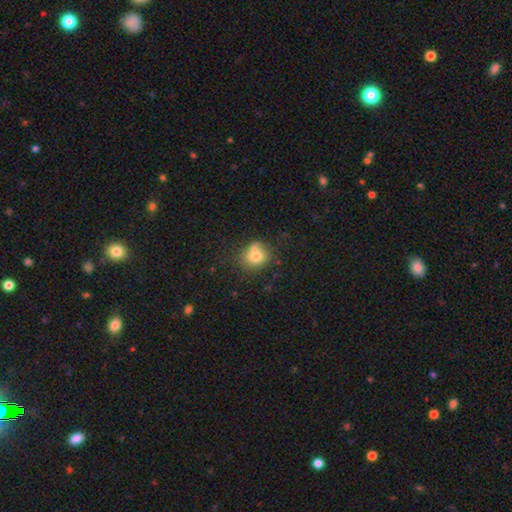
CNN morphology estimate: Smooth or featured?
  - smooth: 73% *
  - featured or disk: 16%
  - star or artifact: 11%
How rounded?
  - round: 72% *
  - in between: 27%
  - cigar-shaped: 1%
Merging?
  - none: 47% *
  - merger: 34%
  - minor disturbance: 14%
  - major disturbance: 5%